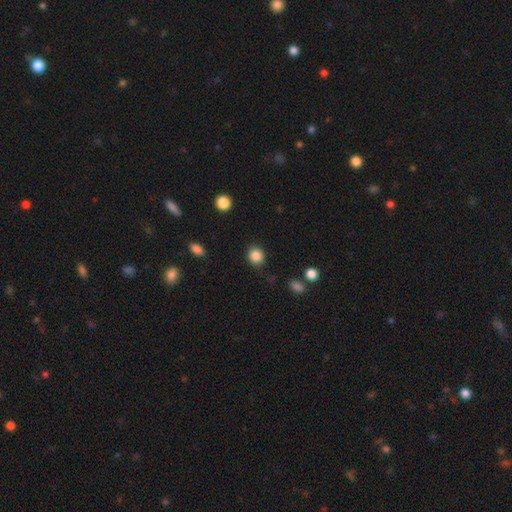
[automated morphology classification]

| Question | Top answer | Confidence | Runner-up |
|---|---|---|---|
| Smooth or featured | smooth | 86% | star or artifact (10%) |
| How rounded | round | 82% | in between (17%) |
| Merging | none | 87% | minor disturbance (9%) |